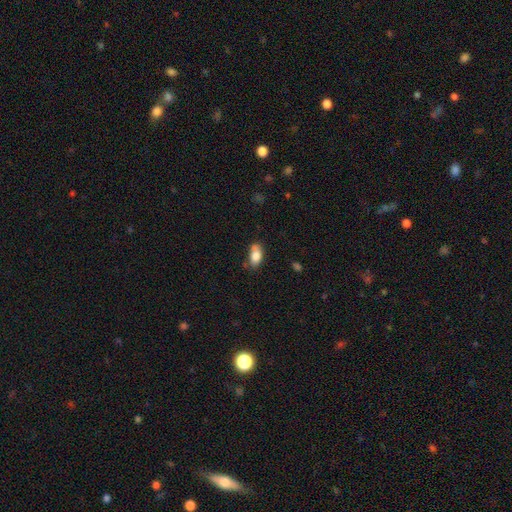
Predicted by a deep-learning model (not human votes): Smooth or featured? smooth (81%)
How rounded? in between (90%)
Merging? none (61%)